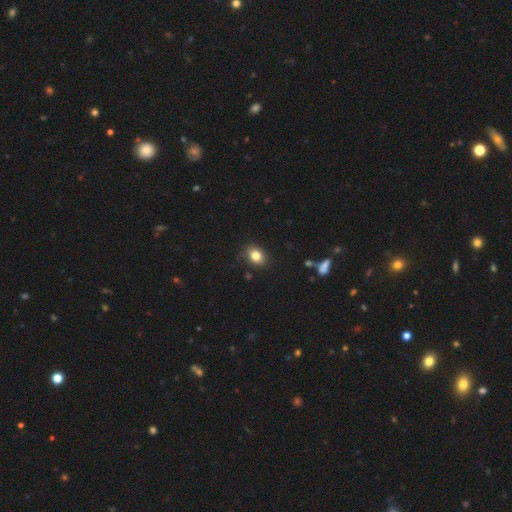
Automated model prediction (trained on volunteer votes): smooth_or_featured: smooth (p=0.83) [alt: star or artifact p=0.10]
how_rounded: in between (p=0.58) [alt: round p=0.40]
merging: none (p=0.82) [alt: minor disturbance p=0.14]